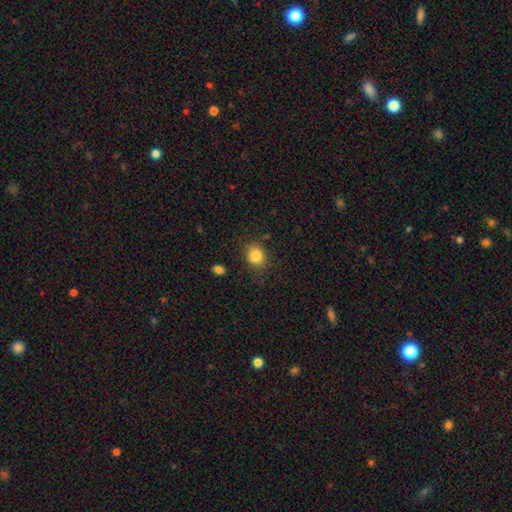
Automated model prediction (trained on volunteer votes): Smooth or featured?
  - smooth: 84% *
  - star or artifact: 10%
  - featured or disk: 6%
How rounded?
  - round: 59% *
  - in between: 40%
  - cigar-shaped: 1%
Merging?
  - none: 80% *
  - minor disturbance: 14%
  - major disturbance: 4%
  - merger: 2%